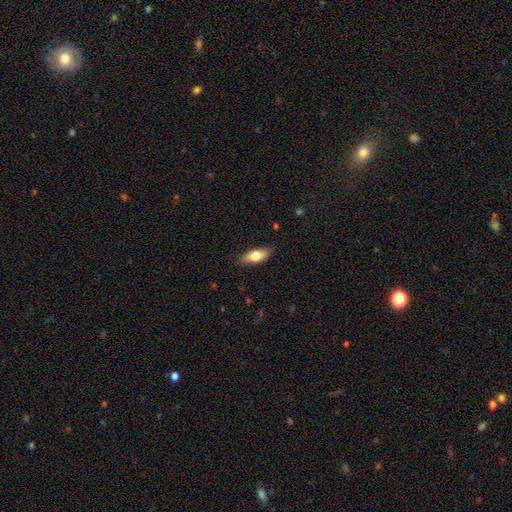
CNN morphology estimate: Smooth or featured? smooth (67%)
How rounded? in between (77%)
Merging? none (84%)